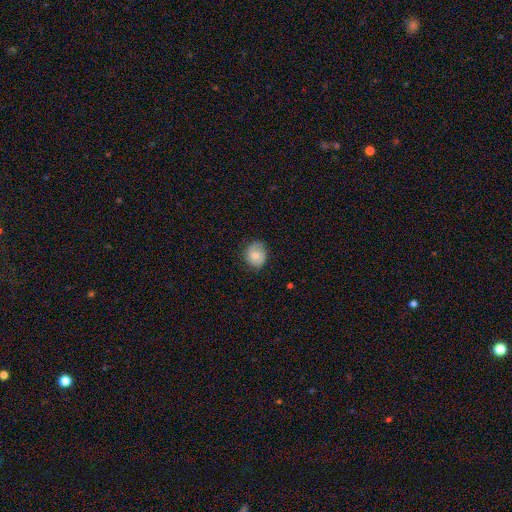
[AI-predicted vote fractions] smooth-or-featured: smooth: 60% | featured or disk: 32% | star or artifact: 8%
  how-rounded: round: 75% | in between: 24% | cigar-shaped: 1%
  merging: none: 74% | minor disturbance: 20% | major disturbance: 5% | merger: 1%